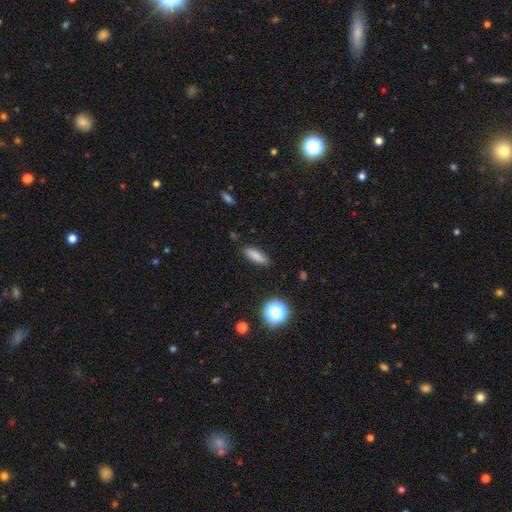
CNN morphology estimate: smooth 82%, star or artifact 10%, featured or disk 8%. Down the decision tree: how rounded — cigar-shaped (49%); merging — none (86%).